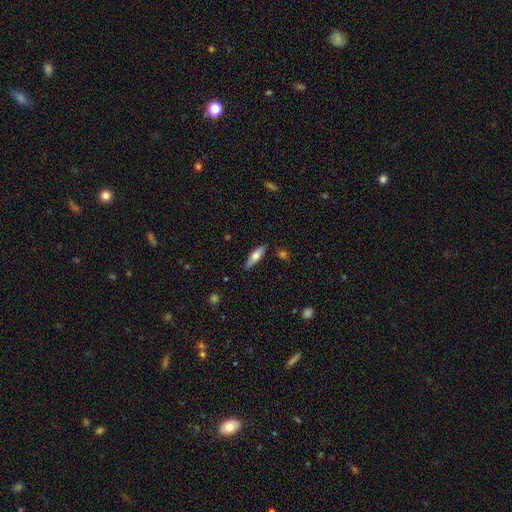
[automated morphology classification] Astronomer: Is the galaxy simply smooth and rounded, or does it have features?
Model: smooth — 63%.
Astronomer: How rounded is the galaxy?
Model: cigar-shaped — 54% (runner-up: in between, 44%).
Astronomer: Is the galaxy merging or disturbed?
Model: none — 85%.